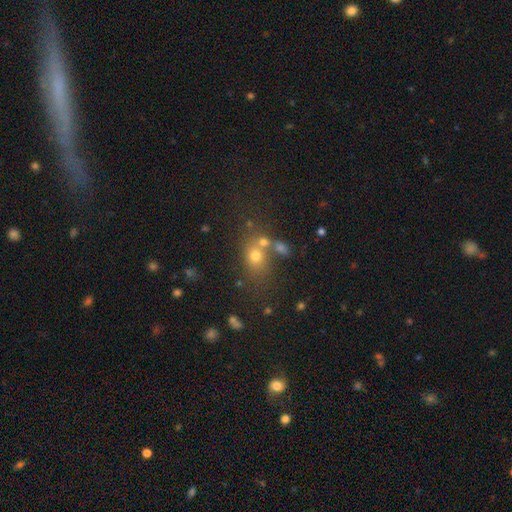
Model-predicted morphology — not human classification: Overall: smooth (66%). How rounded: in between (49%, tied with round). Merging: none (54%; merger 26%).